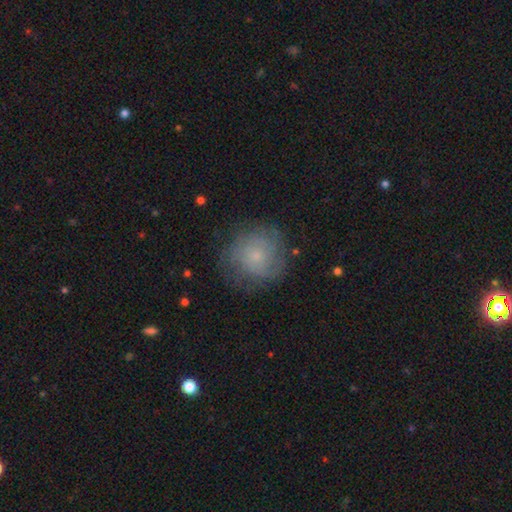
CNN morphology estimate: This appears to be a smooth galaxy with no disk features (46%). Merging: none (74%).